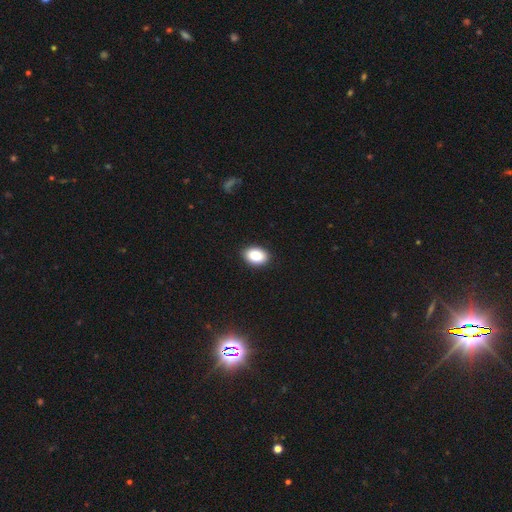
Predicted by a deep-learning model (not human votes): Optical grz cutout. It shows a smooth galaxy with no disk features (89%) that is in between round and cigar-shaped (84%). Merging: none (90%).